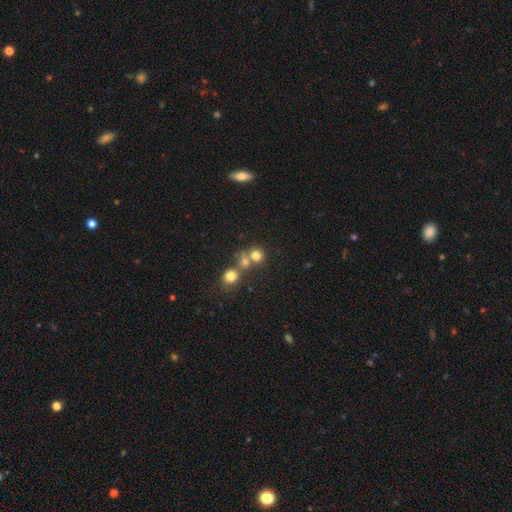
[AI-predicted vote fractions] This is likely a smooth galaxy (74%). How rounded: clearly round (86%). Merging: possibly none (53%).